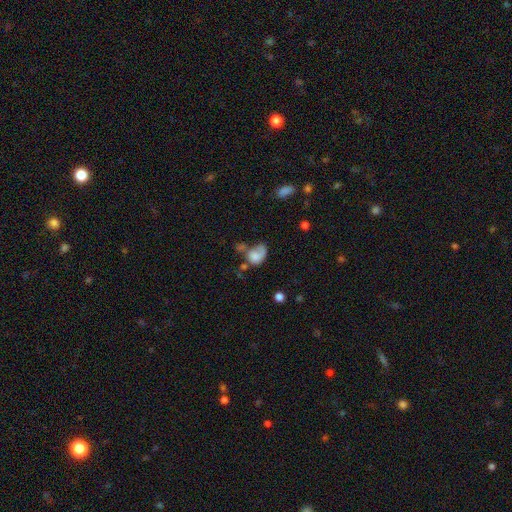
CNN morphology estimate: Smooth or featured? smooth (66%)
How rounded? in between (63%)
Merging? major disturbance (30%)